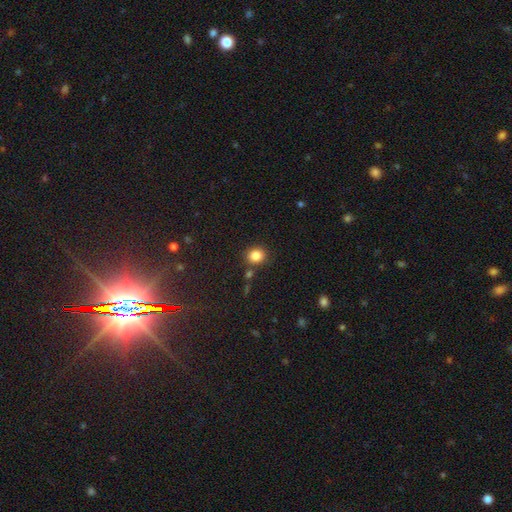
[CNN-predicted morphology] smooth_or_featured: smooth (p=0.85) [alt: star or artifact p=0.11]
how_rounded: round (p=0.74) [alt: in between p=0.25]
merging: none (p=0.80) [alt: minor disturbance p=0.10]